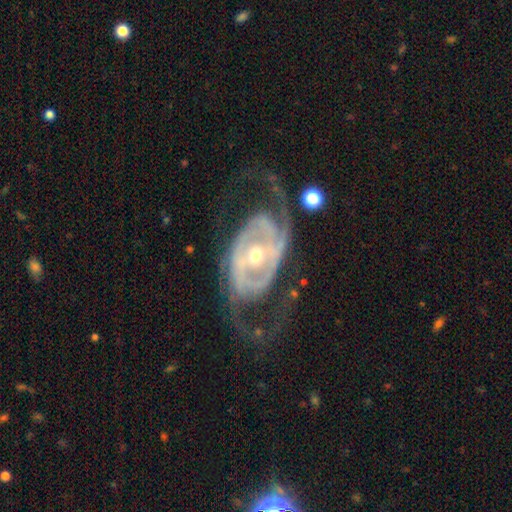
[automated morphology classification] A featured or disk galaxy (90%) with no bar (41%), 2 (75%) medium (43%) spiral arms (93%) and a moderate central bulge (50%).

Vote fractions:
- Smooth or featured? featured or disk: 90% / smooth: 6% / star or artifact: 5%
- Edge-on disk? no: 96% / yes: 4%
- Bar? no: 41% / weak: 31% / strong: 27%
- Spiral arms? yes: 93% / no: 7%
- Spiral winding? medium: 43% / tight: 34% / loose: 23%
- Spiral arm count? 2: 75% / can't tell: 10% / 3: 7% / 1: 4% / 4: 3% / more than 4: 2%
- Bulge size? moderate: 50% / small: 45% / large: 3% / dominant: 1% / none: 1%
- Merging? none: 59% / major disturbance: 22% / minor disturbance: 16% / merger: 2%